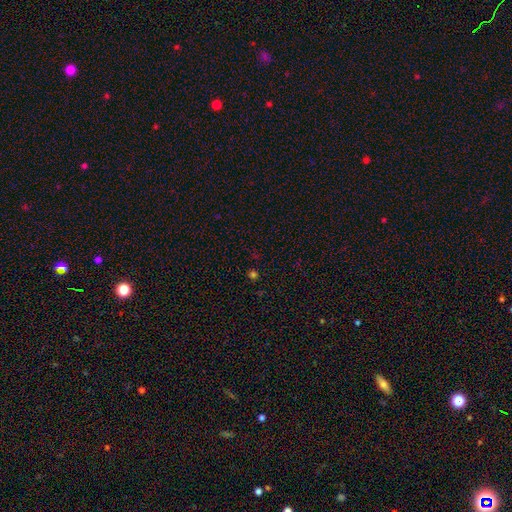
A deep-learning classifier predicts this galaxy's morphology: This appears to be a smooth galaxy with no disk features (55%) that is round (88%). Merging: none (86%).